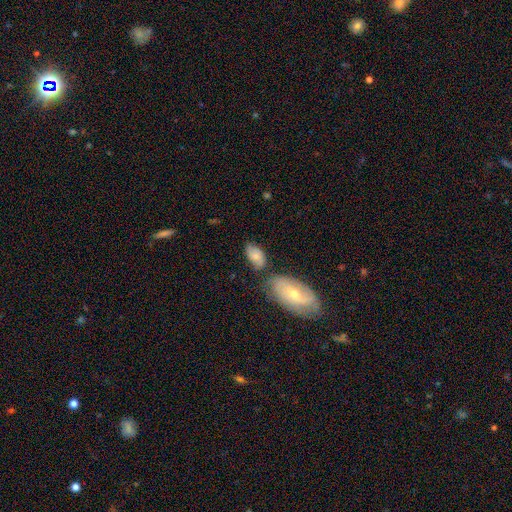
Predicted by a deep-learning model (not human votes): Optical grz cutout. It shows a smooth galaxy with no disk features (64%) that is in between round and cigar-shaped (92%). Merging: none (54%).